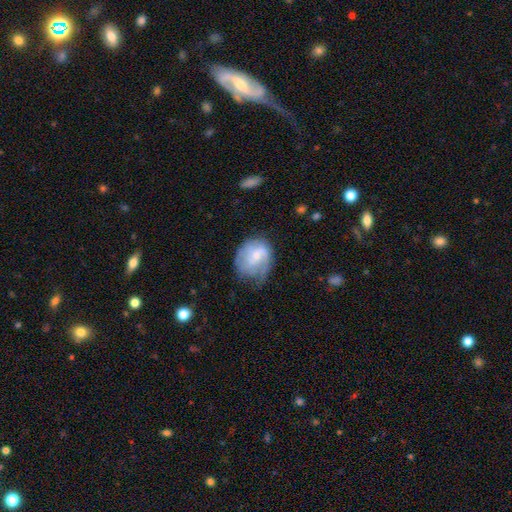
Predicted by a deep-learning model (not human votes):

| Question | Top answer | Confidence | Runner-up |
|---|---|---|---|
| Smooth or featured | featured or disk | 56% | smooth (38%) |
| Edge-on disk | no | 97% | yes (3%) |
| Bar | no | 49% | weak (42%) |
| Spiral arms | yes | 79% | no (21%) |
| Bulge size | small | 53% | moderate (37%) |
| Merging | none | 46% | minor disturbance (33%) |